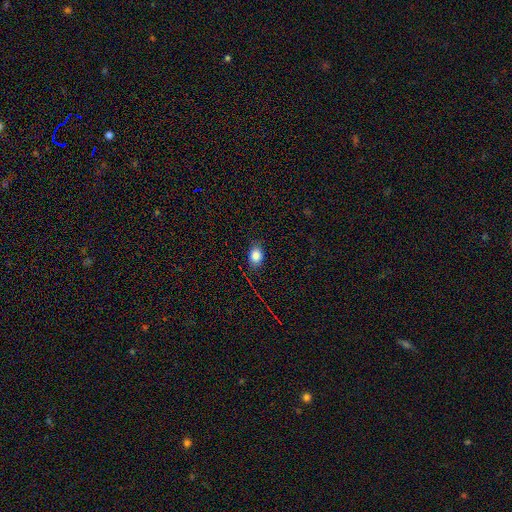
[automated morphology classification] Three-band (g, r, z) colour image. It shows a smooth galaxy with no disk features (82%) that is in between round and cigar-shaped (76%). Merging: none (79%).